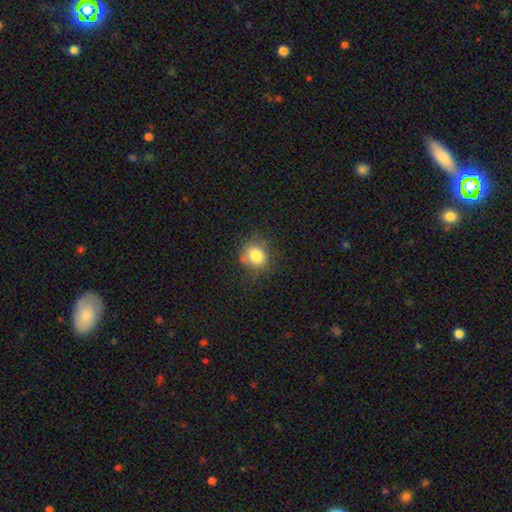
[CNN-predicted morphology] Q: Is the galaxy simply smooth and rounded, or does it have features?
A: smooth — 80%.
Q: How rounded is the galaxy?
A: round — 72%.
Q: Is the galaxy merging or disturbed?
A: none — 74%.